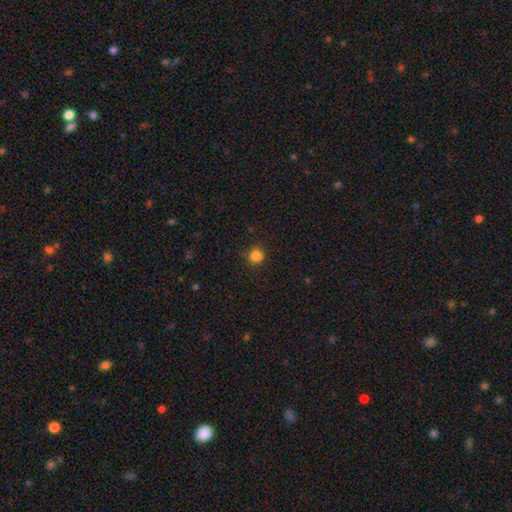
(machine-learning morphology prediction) smooth_or_featured: smooth (p=0.83) [alt: star or artifact p=0.13]
how_rounded: round (p=0.87) [alt: in between p=0.12]
merging: none (p=0.79) [alt: minor disturbance p=0.15]